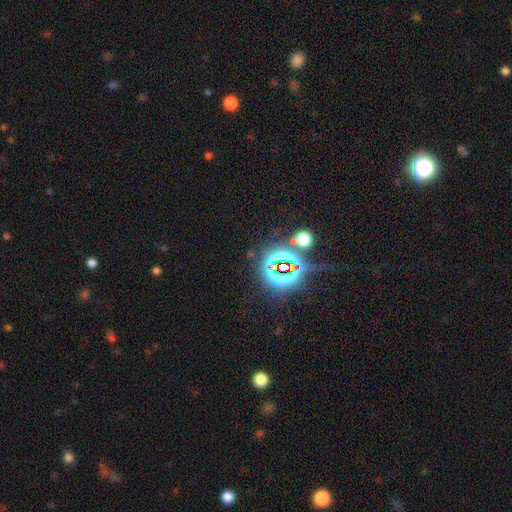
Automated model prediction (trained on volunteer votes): Smooth or featured? Predicted: star or artifact (p=0.81).